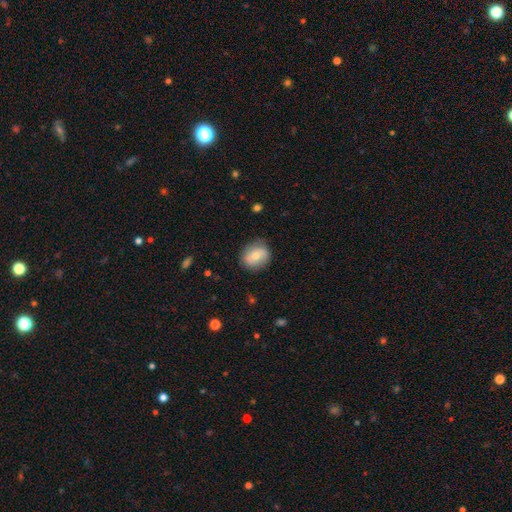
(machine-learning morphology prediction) smooth_or_featured: smooth (p=0.62) [alt: featured or disk p=0.30]
how_rounded: round (p=0.71) [alt: in between p=0.28]
merging: none (p=0.83) [alt: minor disturbance p=0.13]